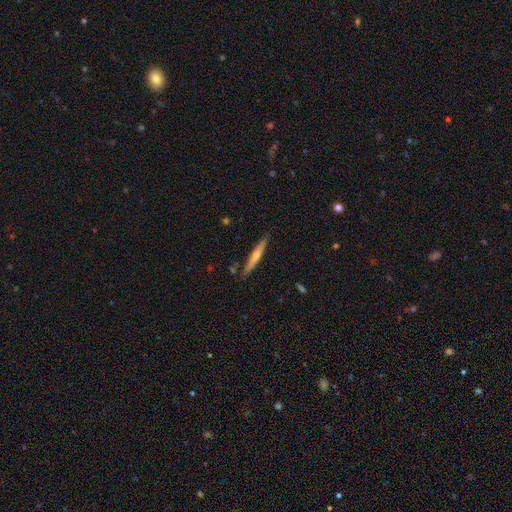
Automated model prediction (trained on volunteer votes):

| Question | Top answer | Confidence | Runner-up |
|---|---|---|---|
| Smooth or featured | featured or disk | 65% | smooth (29%) |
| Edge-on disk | yes | 97% | no (3%) |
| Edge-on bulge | rounded | 75% | none (19%) |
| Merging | none | 89% | minor disturbance (8%) |